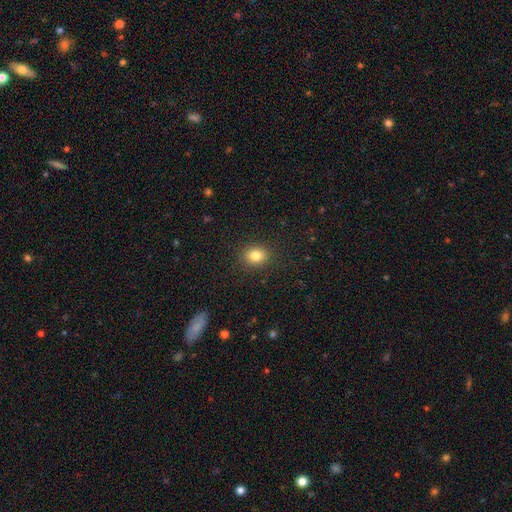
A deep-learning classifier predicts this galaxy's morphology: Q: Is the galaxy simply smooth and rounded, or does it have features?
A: smooth — 83%.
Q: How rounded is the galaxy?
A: round — 56%.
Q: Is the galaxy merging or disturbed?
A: none — 89%.